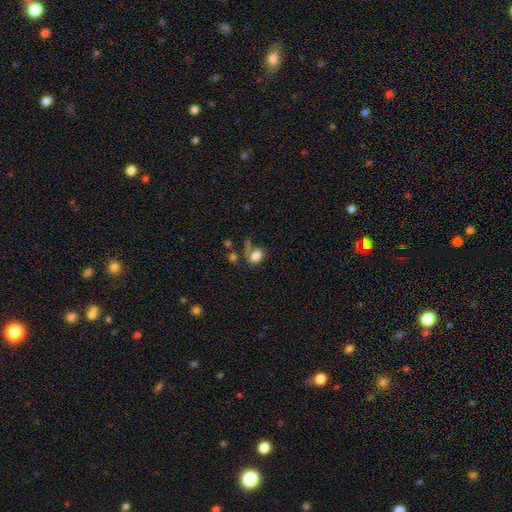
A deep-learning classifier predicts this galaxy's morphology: A smooth galaxy with no disk features (80%) that is in between round and cigar-shaped (72%).

Vote fractions:
- Smooth or featured? smooth: 80% / featured or disk: 10% / star or artifact: 10%
- How rounded? in between: 72% / round: 27% / cigar-shaped: 2%
- Merging? none: 48% / minor disturbance: 19% / major disturbance: 17% / merger: 16%